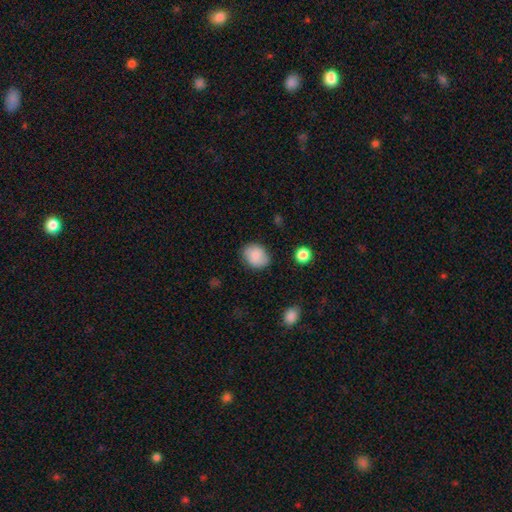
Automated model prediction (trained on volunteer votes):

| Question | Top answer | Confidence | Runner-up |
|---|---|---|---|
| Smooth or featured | smooth | 82% | featured or disk (10%) |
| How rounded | round | 54% | in between (45%) |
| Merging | none | 80% | minor disturbance (15%) |